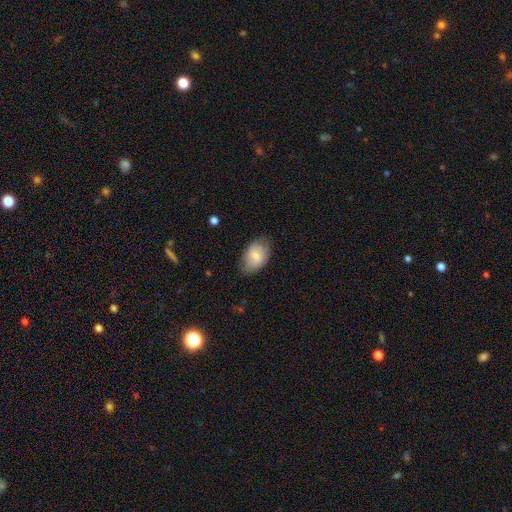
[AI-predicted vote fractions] Smooth or featured: smooth — 75% (featured or disk — 18%)
How rounded: in between — 88% (round — 11%)
Merging: none — 76% (minor disturbance — 19%)